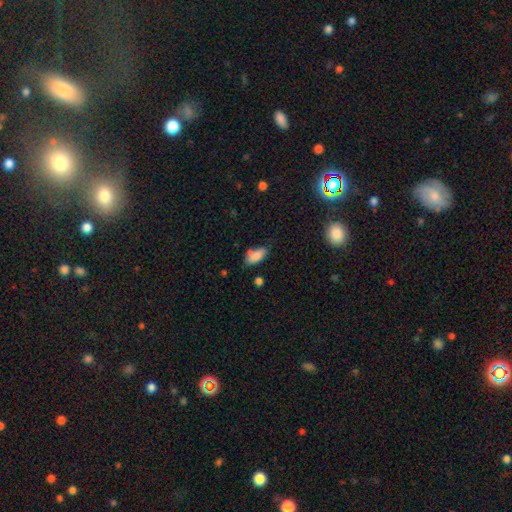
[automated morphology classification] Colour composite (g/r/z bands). It shows a smooth galaxy with no disk features (82%) that is in between round and cigar-shaped (88%). Merging: none (50%).